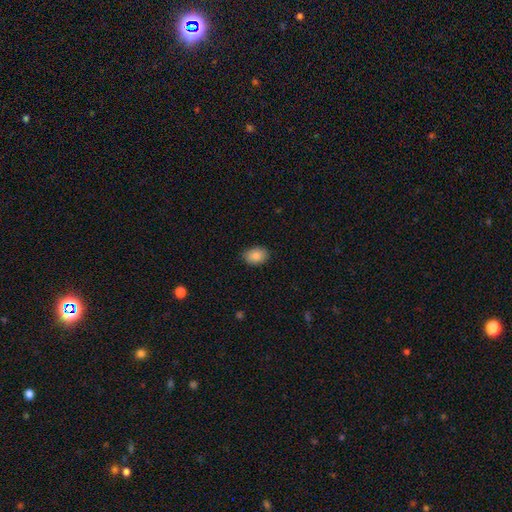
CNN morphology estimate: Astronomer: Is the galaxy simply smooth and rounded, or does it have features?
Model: smooth — 88%.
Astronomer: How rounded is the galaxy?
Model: in between — 76%.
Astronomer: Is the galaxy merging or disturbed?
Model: none — 85%.